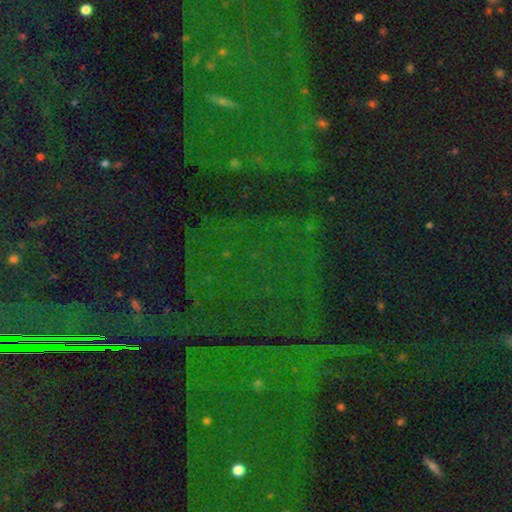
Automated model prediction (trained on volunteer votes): Smooth or featured: star or artifact — 86% (smooth — 7%)